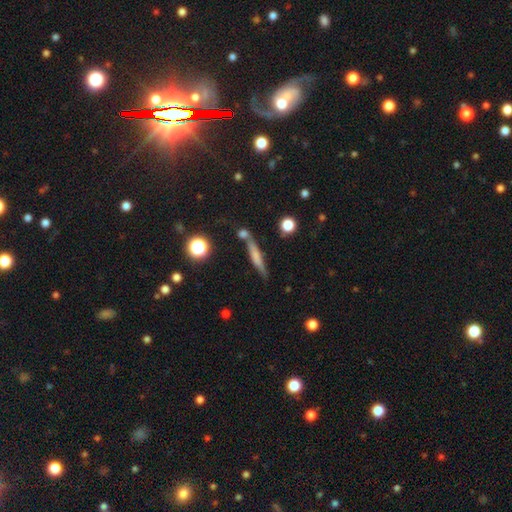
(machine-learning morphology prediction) Smooth or featured?
  - smooth: 53% *
  - featured or disk: 37%
  - star or artifact: 10%
How rounded?
  - cigar-shaped: 88% *
  - in between: 8%
  - round: 4%
Merging?
  - none: 71% *
  - minor disturbance: 13%
  - merger: 12%
  - major disturbance: 4%